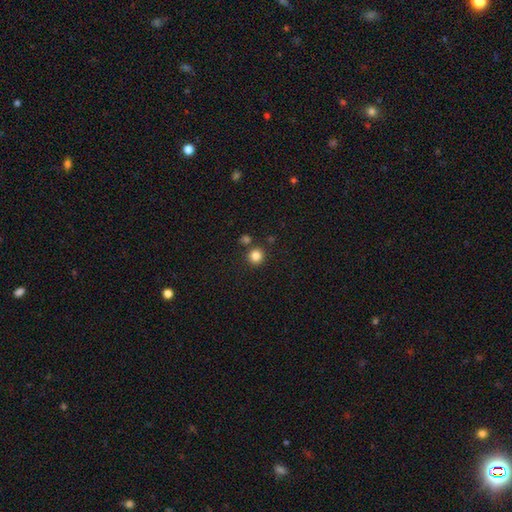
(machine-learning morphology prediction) smooth 84%, star or artifact 12%, featured or disk 4%. Down the decision tree: how rounded — round (92%); merging — none (83%).